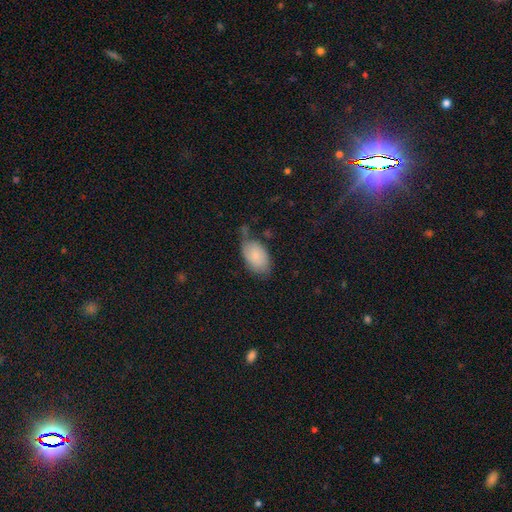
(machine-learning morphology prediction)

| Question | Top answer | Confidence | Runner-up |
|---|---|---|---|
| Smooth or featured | smooth | 78% | featured or disk (15%) |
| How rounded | in between | 92% | round (6%) |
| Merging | none | 48% | minor disturbance (32%) |